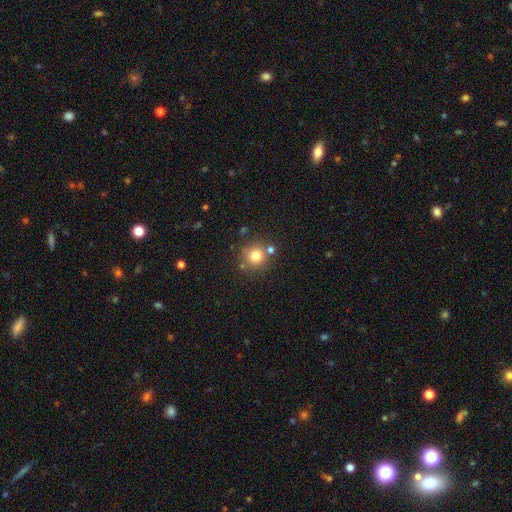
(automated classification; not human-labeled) smooth-or-featured: smooth: 77% | star or artifact: 13% | featured or disk: 10%
  how-rounded: round: 92% | in between: 7% | cigar-shaped: 1%
  merging: none: 74% | merger: 13% | minor disturbance: 9% | major disturbance: 3%